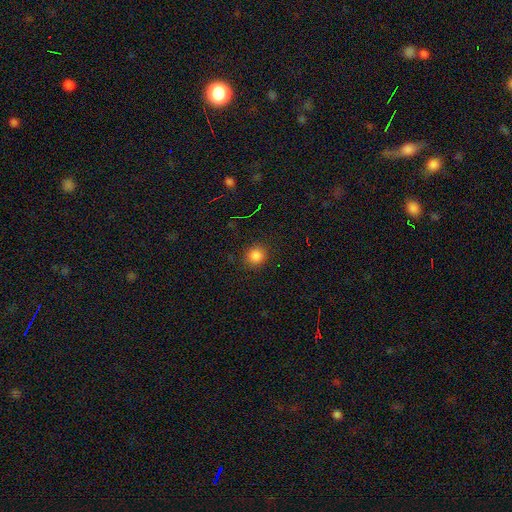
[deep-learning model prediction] smooth 84%, star or artifact 13%, featured or disk 4%. Down the decision tree: how rounded — round (90%); merging — none (90%).